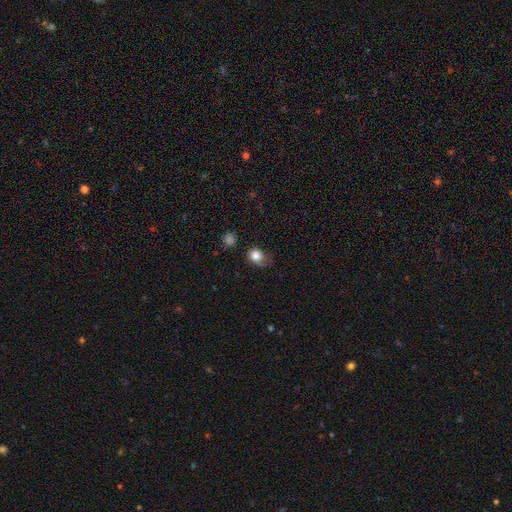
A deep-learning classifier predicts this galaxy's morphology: This is likely a smooth galaxy (78%). How rounded: possibly round (54%). Merging: marginally none (38%).